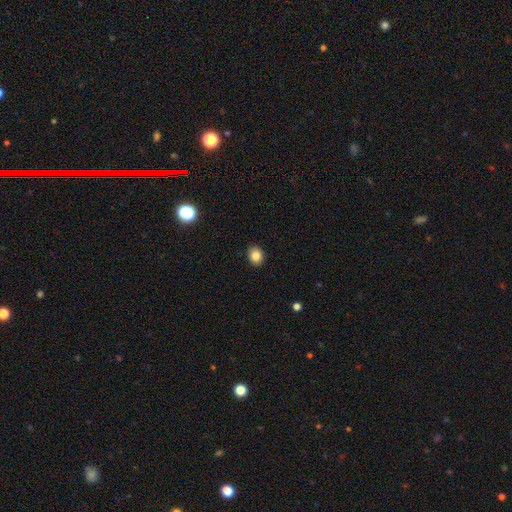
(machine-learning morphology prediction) A smooth galaxy with no disk features (83%) that is round (58%).

Vote fractions:
- Smooth or featured? smooth: 83% / star or artifact: 10% / featured or disk: 6%
- How rounded? round: 58% / in between: 41% / cigar-shaped: 1%
- Merging? none: 91% / minor disturbance: 7% / major disturbance: 2% / merger: 1%